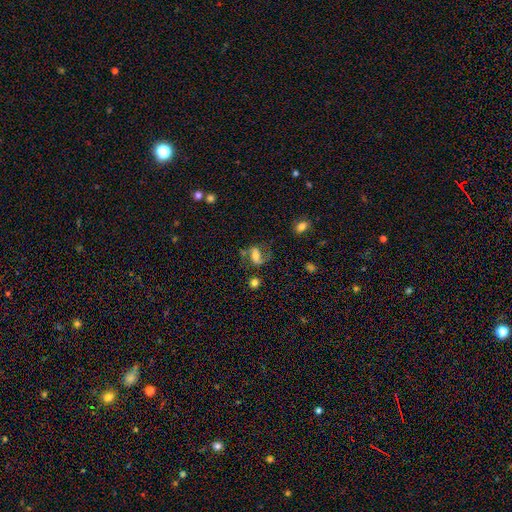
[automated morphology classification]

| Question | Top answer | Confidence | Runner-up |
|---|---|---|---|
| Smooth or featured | featured or disk | 69% | smooth (21%) |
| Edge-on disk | no | 96% | yes (4%) |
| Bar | weak | 38% | strong (34%) |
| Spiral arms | yes | 90% | no (10%) |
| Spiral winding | loose | 47% | medium (42%) |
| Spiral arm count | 2 | 83% | 1 (11%) |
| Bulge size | moderate | 47% | small (27%) |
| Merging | none | 56% | minor disturbance (19%) |